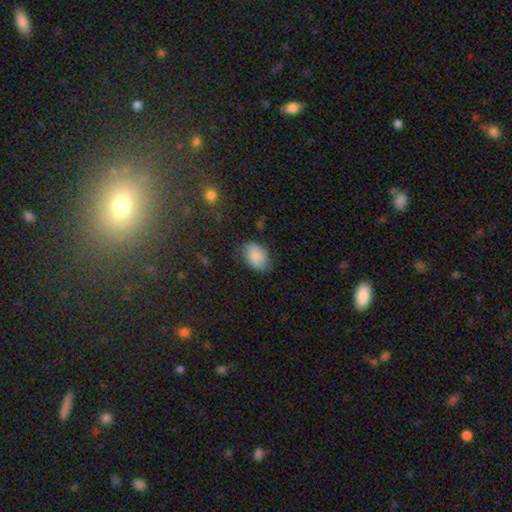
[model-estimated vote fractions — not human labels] This is likely a smooth galaxy (80%). How rounded: clearly in between (81%). Merging: likely none (69%).